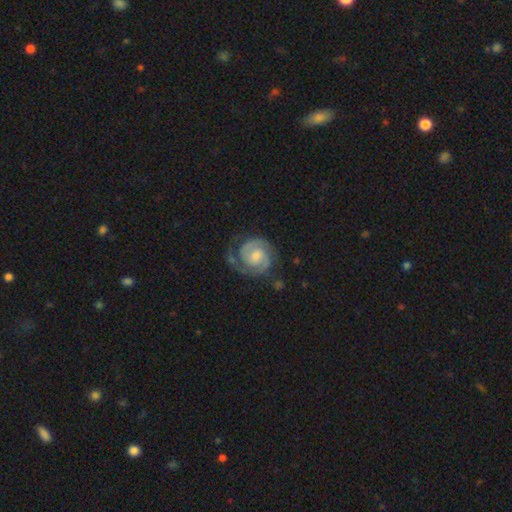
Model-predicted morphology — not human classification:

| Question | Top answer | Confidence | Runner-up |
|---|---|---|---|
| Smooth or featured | featured or disk | 87% | smooth (9%) |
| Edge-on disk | no | 98% | yes (2%) |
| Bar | no | 54% | weak (38%) |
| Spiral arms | yes | 97% | no (3%) |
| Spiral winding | tight | 64% | medium (30%) |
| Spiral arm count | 2 | 81% | can't tell (7%) |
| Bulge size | moderate | 49% | small (42%) |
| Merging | none | 71% | minor disturbance (17%) |